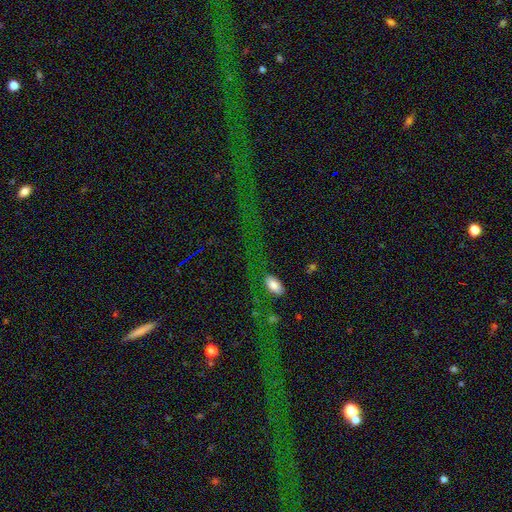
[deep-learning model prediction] Smooth or featured? star or artifact (80%)